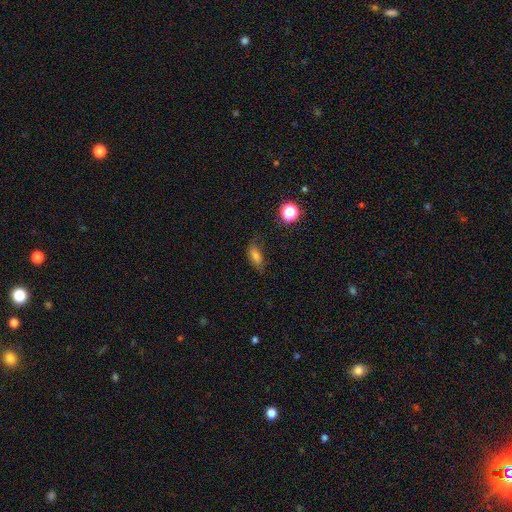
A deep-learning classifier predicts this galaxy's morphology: Smooth or featured? Predicted: smooth (p=0.74). How rounded? Predicted: in between (p=0.79). Merging? Predicted: none (p=0.69).